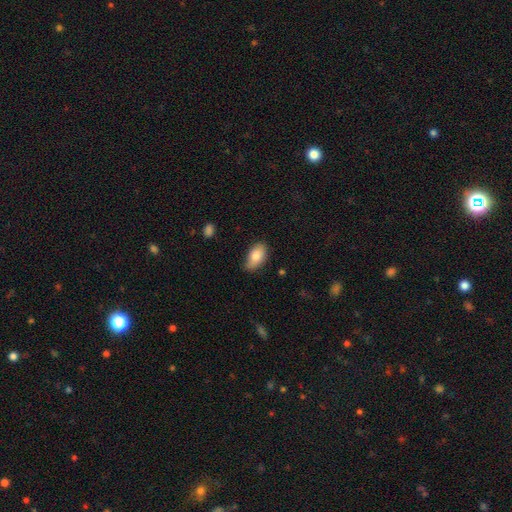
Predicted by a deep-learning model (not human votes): A smooth galaxy with no disk features (81%) that is in between round and cigar-shaped (93%).

Vote fractions:
- Smooth or featured? smooth: 81% / featured or disk: 12% / star or artifact: 7%
- How rounded? in between: 93% / round: 4% / cigar-shaped: 2%
- Merging? none: 71% / minor disturbance: 24% / major disturbance: 4% / merger: 1%